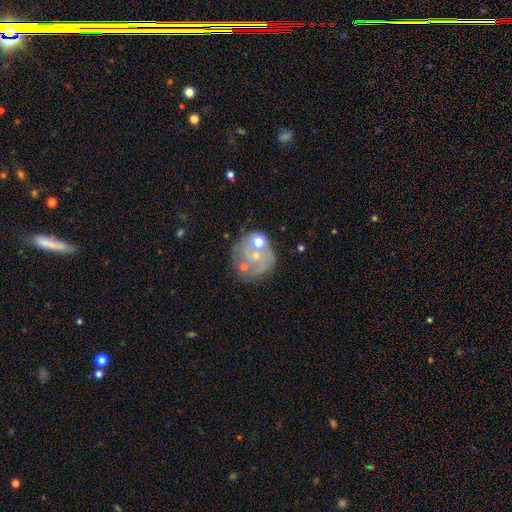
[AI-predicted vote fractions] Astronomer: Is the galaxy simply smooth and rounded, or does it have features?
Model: featured or disk — 54% (runner-up: smooth, 33%).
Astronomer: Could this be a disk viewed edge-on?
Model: no — 98%.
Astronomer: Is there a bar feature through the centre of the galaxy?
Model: no — 80%.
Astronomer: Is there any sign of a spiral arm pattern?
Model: no — 51% (runner-up: yes, 49%).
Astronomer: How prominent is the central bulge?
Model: small — 50% (runner-up: moderate, 36%).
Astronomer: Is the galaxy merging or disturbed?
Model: none — 54%.